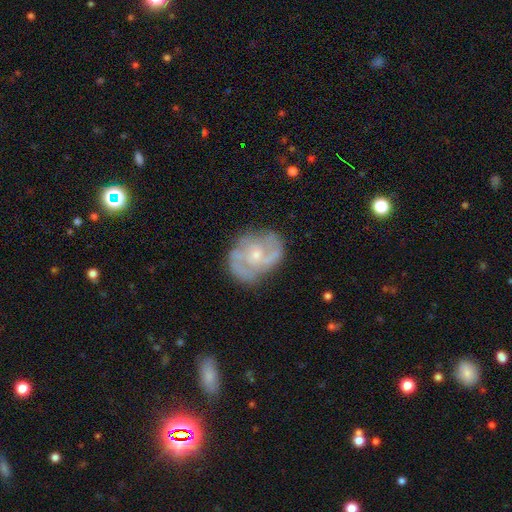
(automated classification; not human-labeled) Q: Smooth or featured?
A: featured or disk (77%); runner-up: smooth (16%)
Q: Edge-on disk?
A: no (97%); runner-up: yes (3%)
Q: Bar?
A: no (67%); runner-up: weak (28%)
Q: Spiral arms?
A: yes (84%); runner-up: no (16%)
Q: Spiral winding?
A: medium (47%); runner-up: tight (33%)
Q: Spiral arm count?
A: 2 (54%); runner-up: can't tell (23%)
Q: Bulge size?
A: small (61%); runner-up: moderate (34%)
Q: Merging?
A: none (66%); runner-up: minor disturbance (22%)